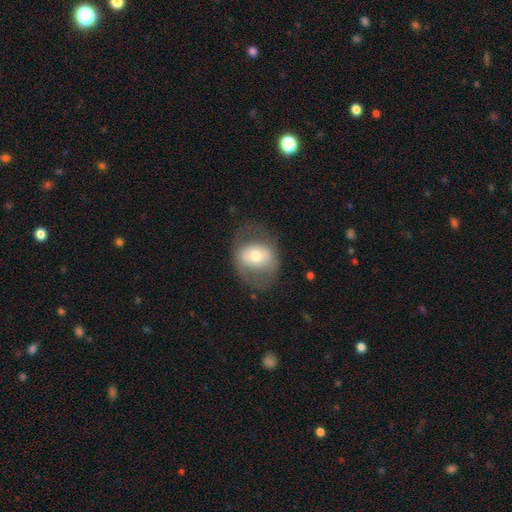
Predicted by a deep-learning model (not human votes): Morphology: type=smooth (50%); roundness=round (50%); merging=none (62%).